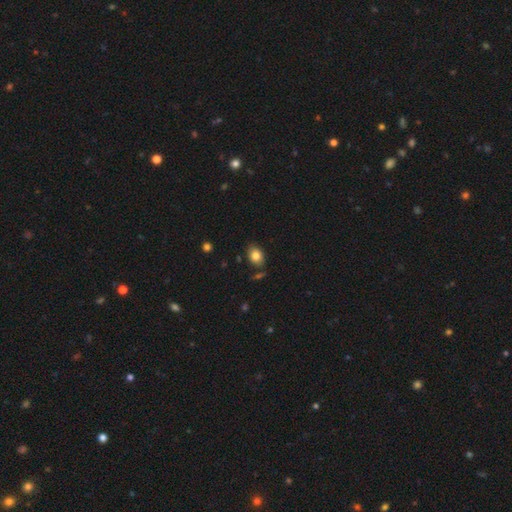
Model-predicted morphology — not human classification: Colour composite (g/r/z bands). It shows a smooth galaxy with no disk features (83%) that is in between round and cigar-shaped (70%). Merging: none (79%).